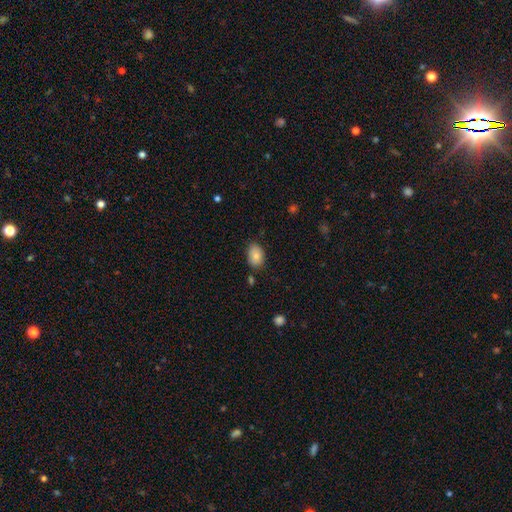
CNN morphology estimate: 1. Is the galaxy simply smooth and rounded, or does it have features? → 81% smooth, 12% featured or disk, 8% star or artifact.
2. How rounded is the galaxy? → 84% in between, 15% round, 1% cigar-shaped.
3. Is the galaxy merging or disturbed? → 79% none, 16% minor disturbance, 3% major disturbance, 3% merger.